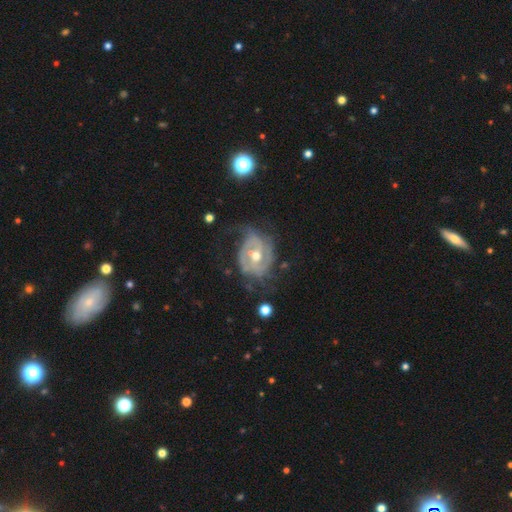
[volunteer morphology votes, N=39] featured or disk 90%, smooth 10%, star or artifact 0%. Down the decision tree: edge-on disk — no (100%); bar — weak (40%); spiral arms — yes (86%); spiral arm count — 2 (70%); spiral winding — medium (47%); bulge size — moderate (63%); merging — major disturbance (44%).